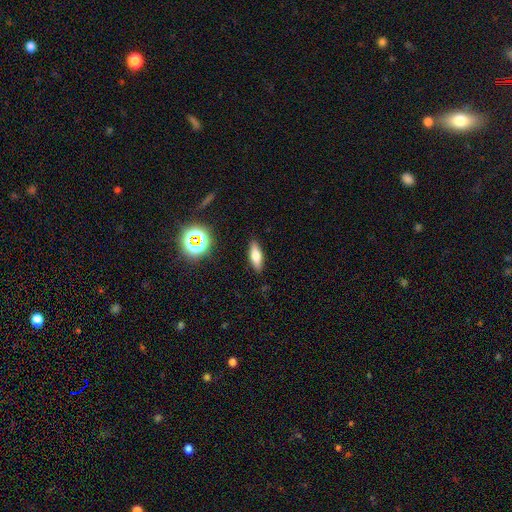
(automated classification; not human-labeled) A smooth galaxy with no disk features (67%) that is in between round and cigar-shaped (58%).

Vote fractions:
- Smooth or featured? smooth: 67% / featured or disk: 22% / star or artifact: 11%
- How rounded? in between: 58% / cigar-shaped: 38% / round: 4%
- Merging? none: 88% / minor disturbance: 8% / major disturbance: 2% / merger: 1%